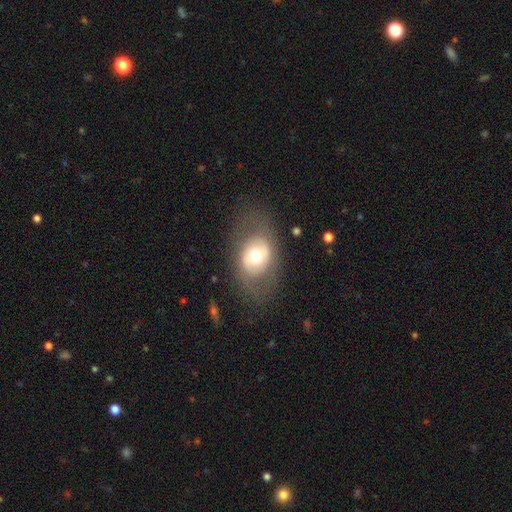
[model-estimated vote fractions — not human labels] Smooth or featured?
  - smooth: 52% *
  - featured or disk: 40%
  - star or artifact: 8%
How rounded?
  - in between: 71% *
  - round: 28%
  - cigar-shaped: 1%
Merging?
  - none: 72% *
  - minor disturbance: 15%
  - major disturbance: 11%
  - merger: 1%